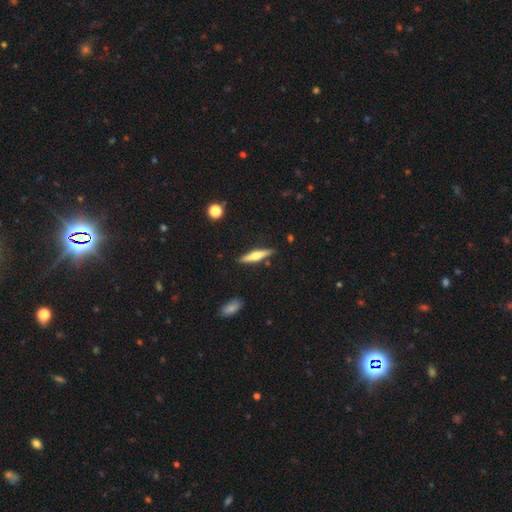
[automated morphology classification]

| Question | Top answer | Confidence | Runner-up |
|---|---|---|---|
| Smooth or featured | featured or disk | 51% | smooth (43%) |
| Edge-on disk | yes | 96% | no (4%) |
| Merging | none | 87% | minor disturbance (9%) |